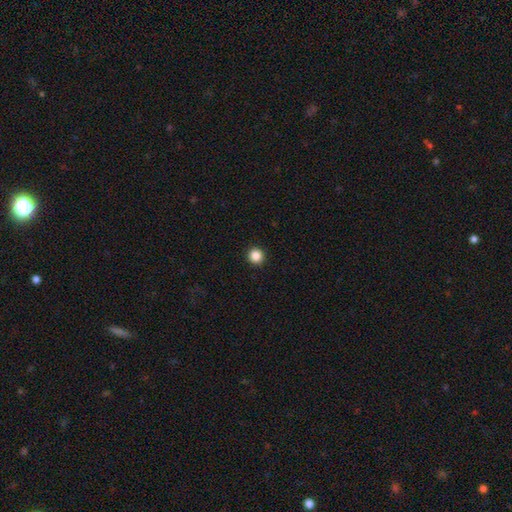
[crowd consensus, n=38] Smooth or featured: smooth — 89% (featured or disk — 5%)
How rounded: round — 100%
Merging: none — 100%